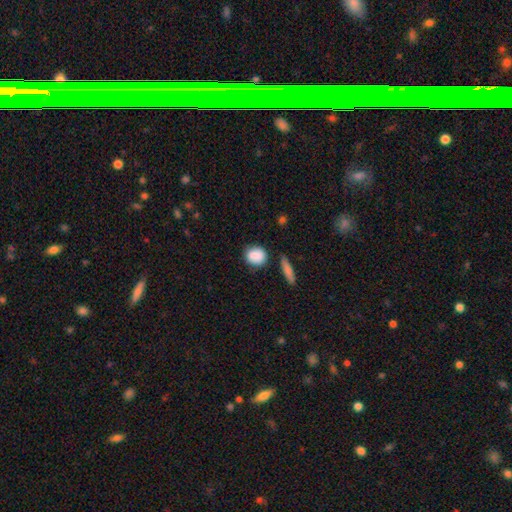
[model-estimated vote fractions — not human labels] The model was most divided on "how rounded": round: 65%, in between: 33%, cigar-shaped: 3%. More confident: smooth or featured — smooth (86%); merging — none (74%).